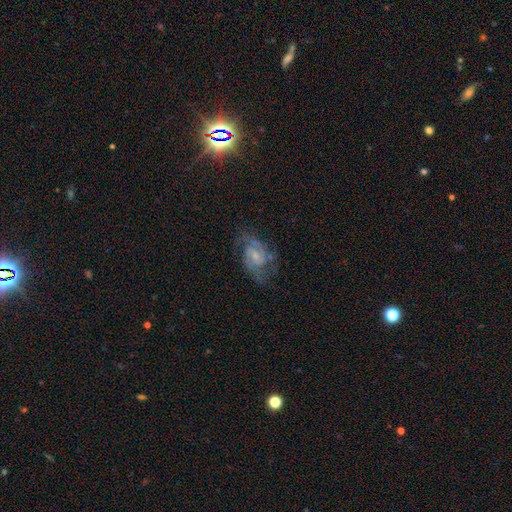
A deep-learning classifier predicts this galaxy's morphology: Overall: featured or disk (75%). Edge-on disk: no (97%). Bar: no (49%; weak 43%). Spiral arms: yes (88%). Spiral arm count: 2 (64%). Spiral winding: medium (50%; tight 29%). Bulge size: small (58%; moderate 28%). Merging: none (59%; minor disturbance 21%).